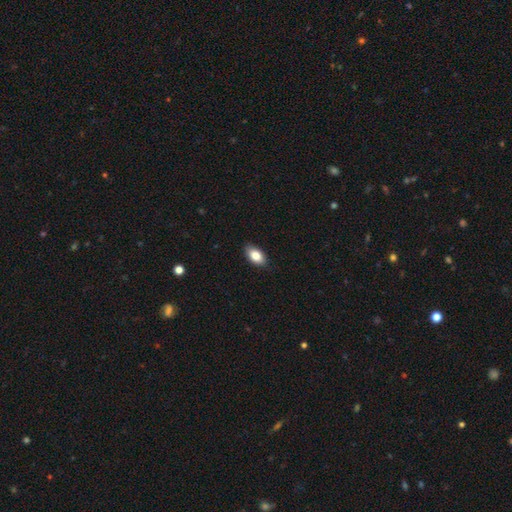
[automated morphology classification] The model was most divided on "smooth or featured": smooth: 83%, featured or disk: 9%, star or artifact: 7%. More confident: how rounded — in between (92%); merging — none (88%).